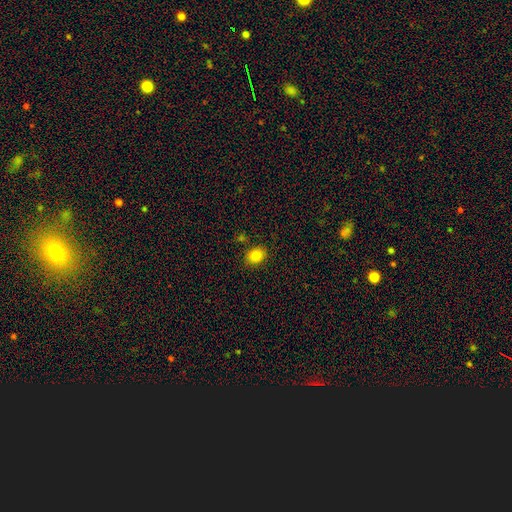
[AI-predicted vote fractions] smooth_or_featured: smooth (p=0.84) [alt: star or artifact p=0.10]
how_rounded: round (p=0.55) [alt: in between p=0.44]
merging: none (p=0.85) [alt: minor disturbance p=0.10]